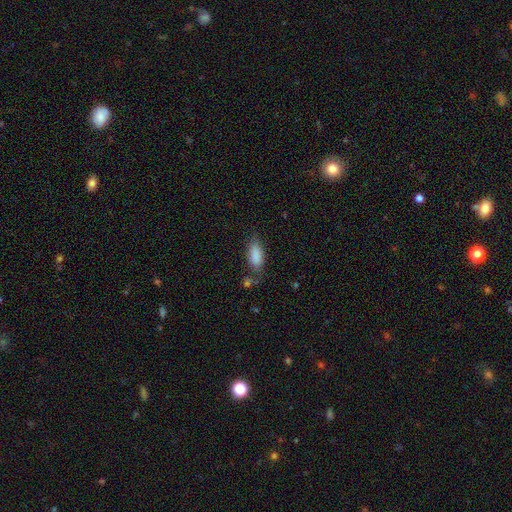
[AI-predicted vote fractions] Smooth or featured?
  - smooth: 86% *
  - featured or disk: 7%
  - star or artifact: 7%
How rounded?
  - in between: 85% *
  - cigar-shaped: 13%
  - round: 2%
Merging?
  - none: 62% *
  - minor disturbance: 24%
  - major disturbance: 8%
  - merger: 6%